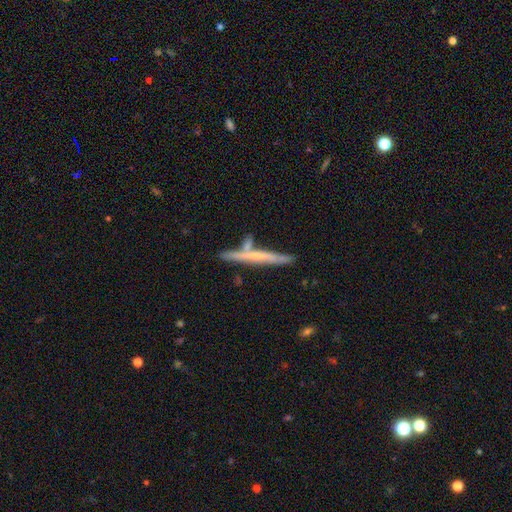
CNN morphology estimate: featured or disk 56%, smooth 37%, star or artifact 7%. Down the decision tree: edge-on disk — yes (94%); edge-on bulge — none (64%); merging — none (69%).